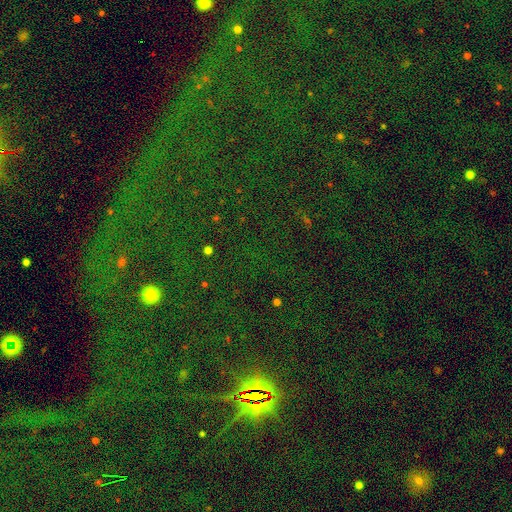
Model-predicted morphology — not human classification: A star or artifact, not a galaxy (85%).

Vote fractions:
- Smooth or featured? star or artifact: 85% / smooth: 8% / featured or disk: 7%